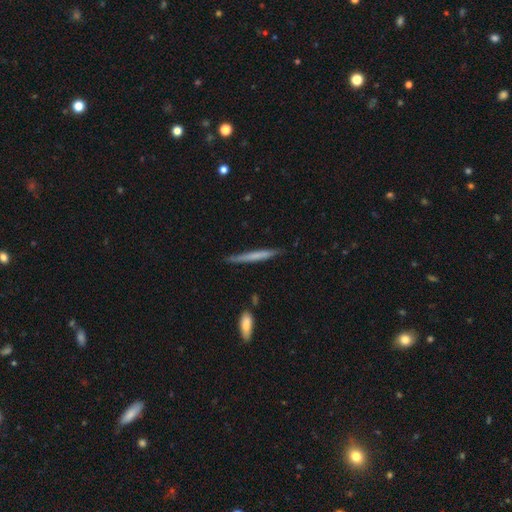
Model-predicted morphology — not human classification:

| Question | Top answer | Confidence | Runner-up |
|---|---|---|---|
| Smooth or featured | smooth | 56% | featured or disk (38%) |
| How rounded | cigar-shaped | 96% | in between (2%) |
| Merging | none | 84% | minor disturbance (12%) |